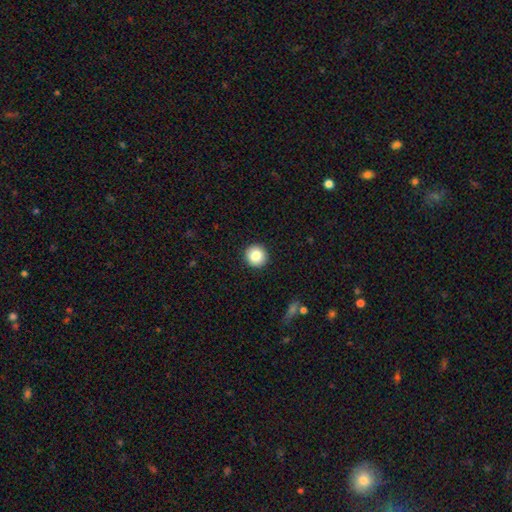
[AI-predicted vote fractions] A smooth galaxy with no disk features (84%) that is round (95%). Merging: none (93%).